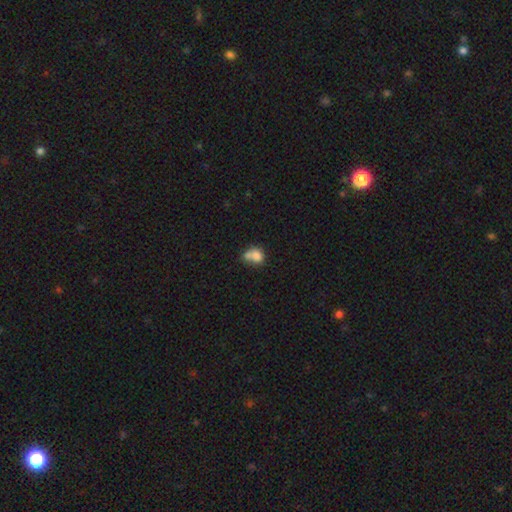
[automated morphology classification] A smooth galaxy with no disk features (74%) that is round (57%). Merging: merger (59%).